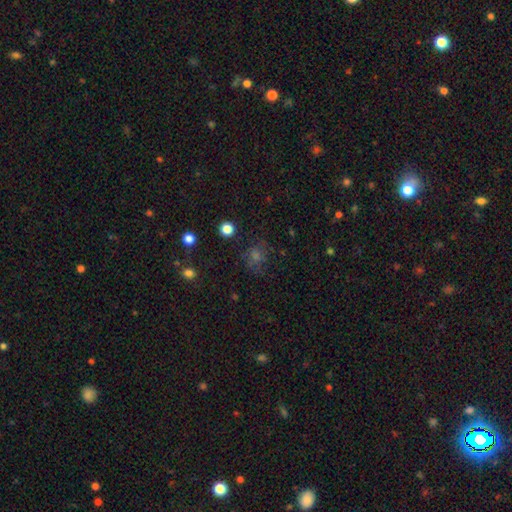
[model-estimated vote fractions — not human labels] The model was most divided on "smooth or featured": smooth: 45%, star or artifact: 37%, featured or disk: 19%. More confident: merging — none (68%).